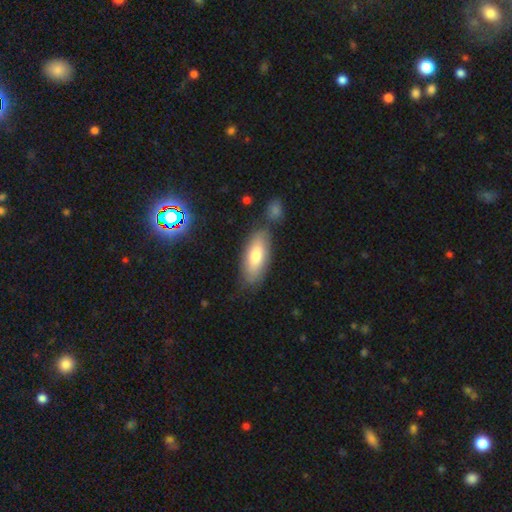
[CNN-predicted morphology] smooth_or_featured: smooth (p=0.72) [alt: featured or disk p=0.21]
how_rounded: in between (p=0.77) [alt: cigar-shaped p=0.21]
merging: none (p=0.72) [alt: minor disturbance p=0.16]